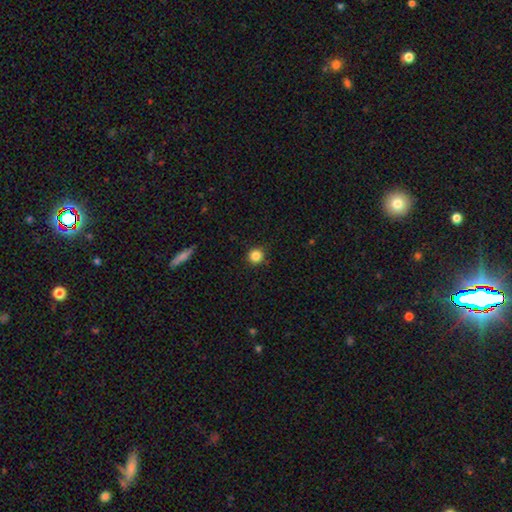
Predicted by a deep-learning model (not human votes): A smooth galaxy with no disk features (86%) that is round (94%). Merging: none (91%).